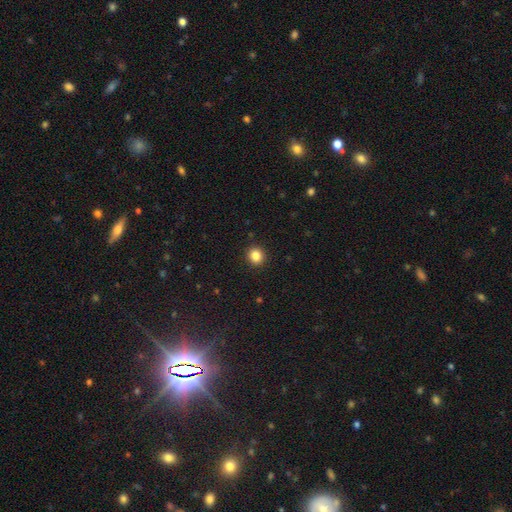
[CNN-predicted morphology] Smooth or featured? Predicted: smooth (p=0.85). How rounded? Predicted: round (p=0.84). Merging? Predicted: none (p=0.92).